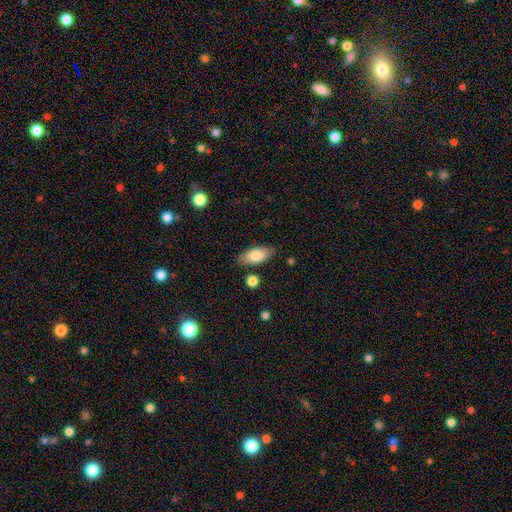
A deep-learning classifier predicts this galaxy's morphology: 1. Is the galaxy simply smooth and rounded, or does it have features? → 80% smooth, 14% featured or disk, 6% star or artifact.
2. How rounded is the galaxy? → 88% in between, 9% cigar-shaped, 3% round.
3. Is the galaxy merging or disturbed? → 81% none, 12% minor disturbance, 3% merger, 3% major disturbance.